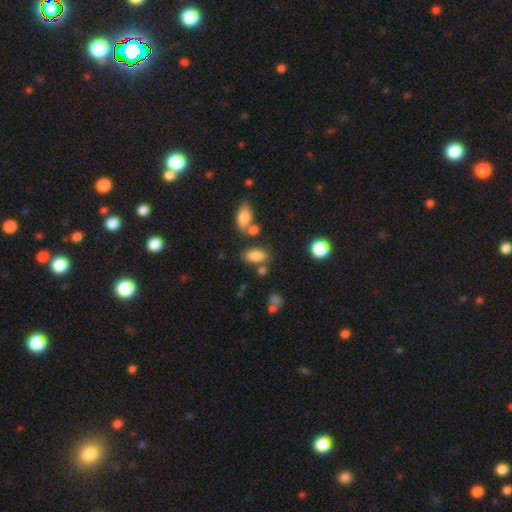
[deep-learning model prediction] Smooth or featured? Predicted: smooth (p=0.84). How rounded? Predicted: in between (p=0.90). Merging? Predicted: none (p=0.67).